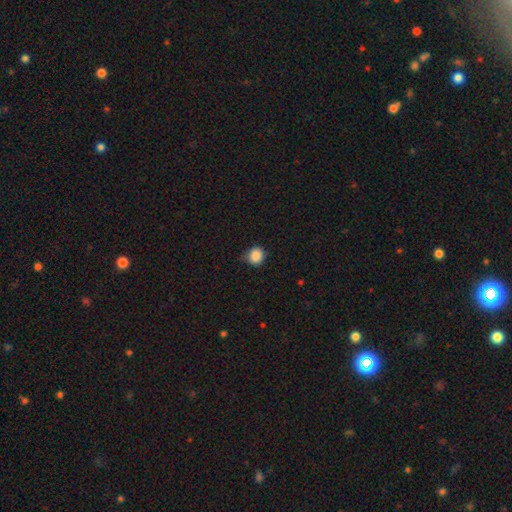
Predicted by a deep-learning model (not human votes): This is clearly a smooth galaxy (87%). How rounded: clearly round (87%). Merging: likely none (72%).